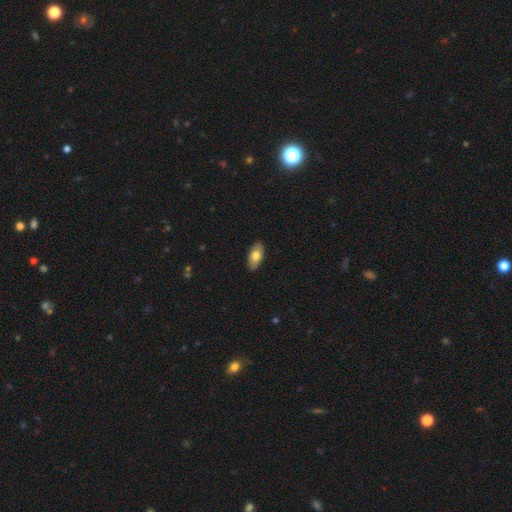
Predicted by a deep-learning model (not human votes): A smooth galaxy with no disk features (73%) that is in between round and cigar-shaped (90%).

Vote fractions:
- Smooth or featured? smooth: 73% / featured or disk: 21% / star or artifact: 6%
- How rounded? in between: 90% / cigar-shaped: 7% / round: 3%
- Merging? none: 89% / minor disturbance: 9% / major disturbance: 2% / merger: 1%